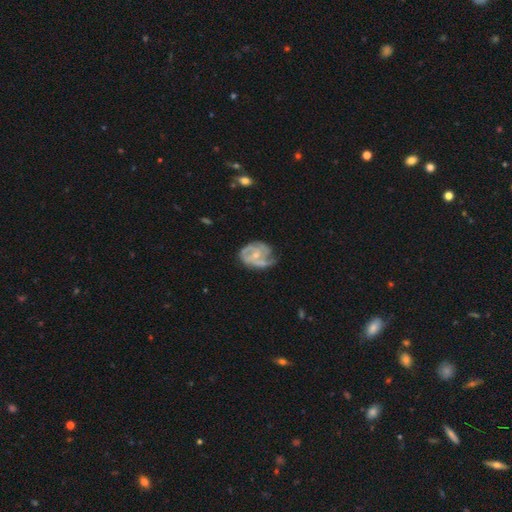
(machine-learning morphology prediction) featured or disk 81%, smooth 13%, star or artifact 5%. Down the decision tree: edge-on disk — no (98%); bar — no (56%); spiral arms — yes (91%); spiral arm count — 2 (37%); spiral winding — tight (45%); bulge size — small (60%); merging — none (50%).